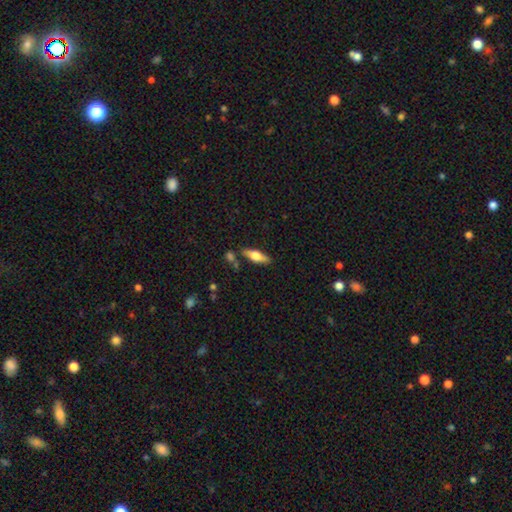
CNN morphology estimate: Smooth or featured? Predicted: smooth (p=0.53). How rounded? Predicted: in between (p=0.51). Merging? Predicted: none (p=0.80).